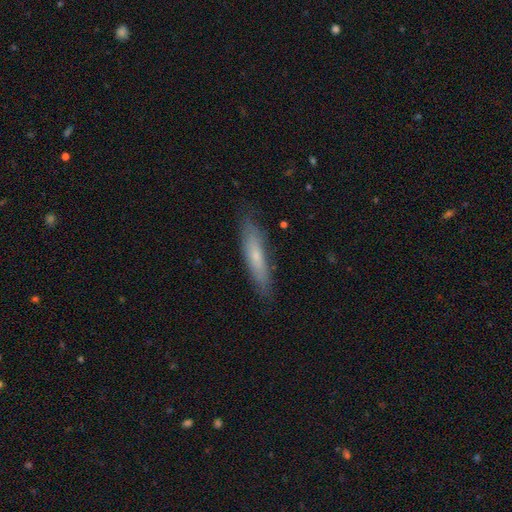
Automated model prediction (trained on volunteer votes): A smooth galaxy with no disk features (59%) that is cigar-shaped (85%).

Vote fractions:
- Smooth or featured? smooth: 59% / featured or disk: 35% / star or artifact: 7%
- How rounded? cigar-shaped: 85% / in between: 14% / round: 1%
- Merging? none: 83% / minor disturbance: 14% / major disturbance: 3% / merger: 1%